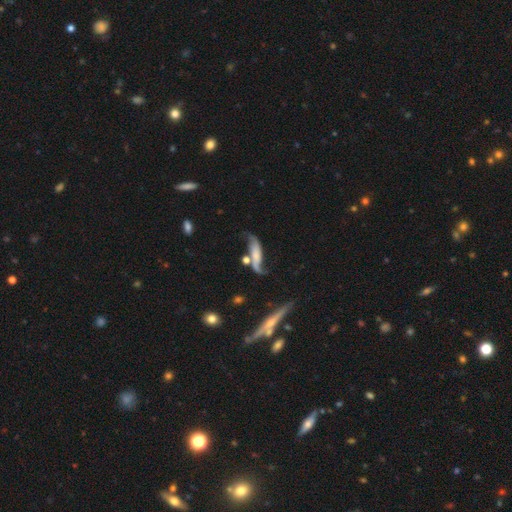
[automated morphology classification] Overall: featured or disk (70%). Edge-on disk: no (80%). Bar: no (58%; weak 28%). Spiral arms: yes (91%). Spiral arm count: 2 (88%). Spiral winding: loose (85%). Bulge size: small (37%; none 33%). Merging: none (44%; minor disturbance 22%).